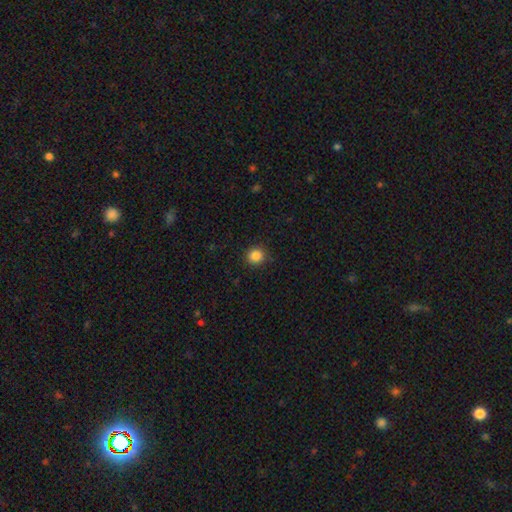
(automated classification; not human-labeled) Overall: smooth (86%). How rounded: round (92%). Merging: none (90%).